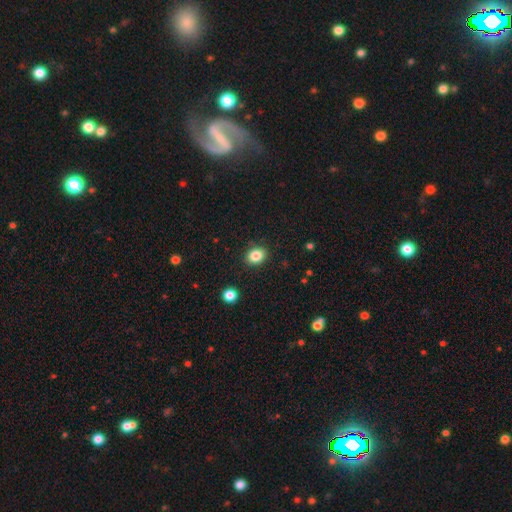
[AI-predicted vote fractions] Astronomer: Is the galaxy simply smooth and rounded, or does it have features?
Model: smooth — 85%.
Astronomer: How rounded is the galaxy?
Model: round — 50% (runner-up: in between, 49%).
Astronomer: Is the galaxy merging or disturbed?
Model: none — 88%.